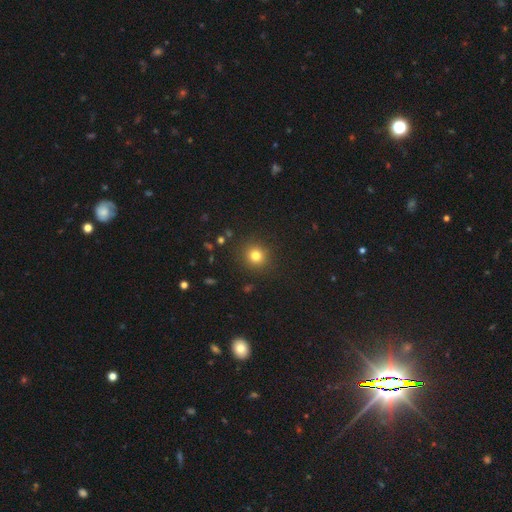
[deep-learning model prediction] Overall: smooth (79%). How rounded: round (91%). Merging: none (90%).